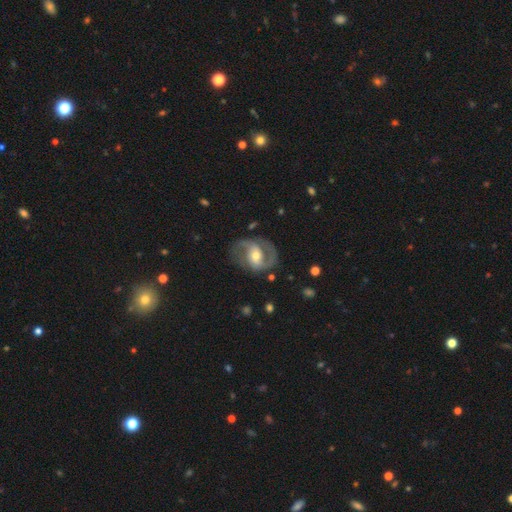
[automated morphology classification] smooth_or_featured: featured or disk (p=0.84) [alt: smooth p=0.11]
disk_edge_on: no (p=0.97) [alt: yes p=0.03]
bar: weak (p=0.41) [alt: no p=0.35]
has_spiral_arms: yes (p=0.92) [alt: no p=0.08]
spiral_winding: medium (p=0.55) [alt: loose p=0.23]
spiral_arm_count: 2 (p=0.87) [alt: can't tell p=0.05]
bulge_size: moderate (p=0.64) [alt: small p=0.27]
merging: none (p=0.70) [alt: minor disturbance p=0.17]